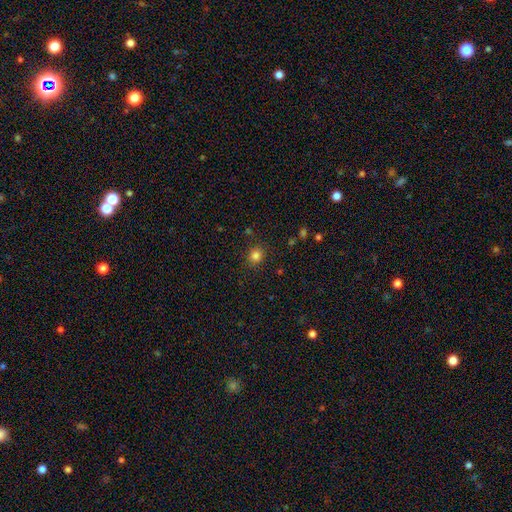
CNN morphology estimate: smooth_or_featured: smooth (p=0.82) [alt: star or artifact p=0.13]
how_rounded: round (p=0.79) [alt: in between p=0.20]
merging: none (p=0.88) [alt: minor disturbance p=0.08]